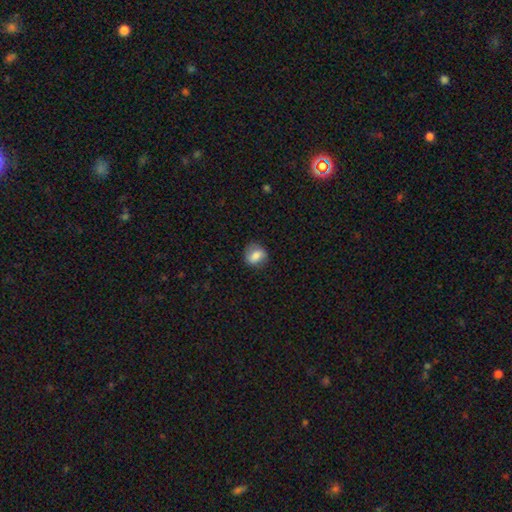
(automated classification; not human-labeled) Overall: smooth (73%). How rounded: round (54%; in between 44%). Merging: none (72%).